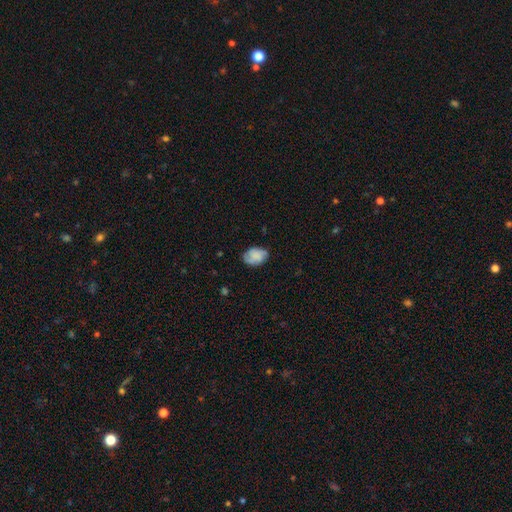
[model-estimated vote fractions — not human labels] Smooth or featured?
  - smooth: 69% *
  - featured or disk: 23%
  - star or artifact: 8%
How rounded?
  - in between: 82% *
  - round: 17%
  - cigar-shaped: 1%
Merging?
  - none: 71% *
  - minor disturbance: 23%
  - major disturbance: 5%
  - merger: 1%